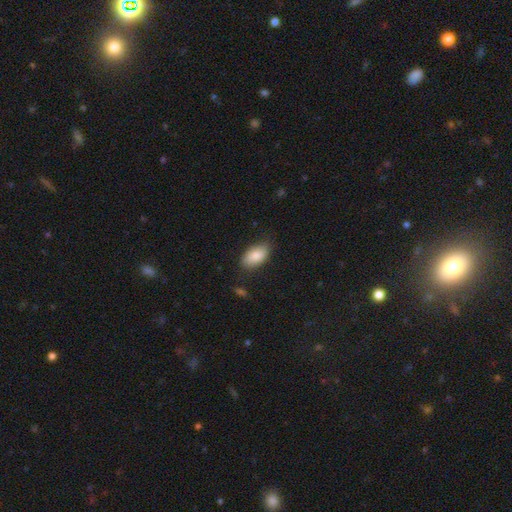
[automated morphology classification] Smooth or featured? smooth (85%)
How rounded? in between (94%)
Merging? none (81%)